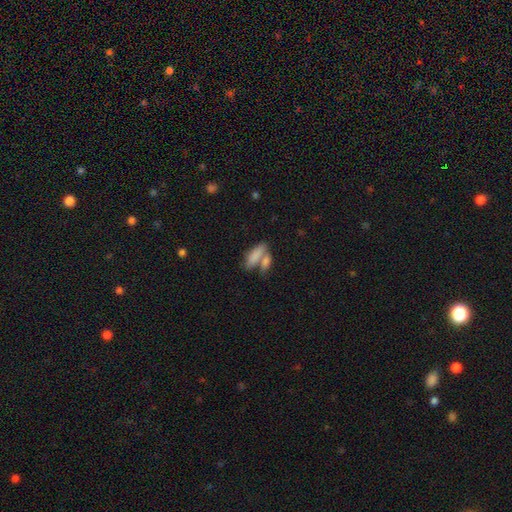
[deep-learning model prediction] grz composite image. It shows a smooth galaxy with no disk features (81%) that is in between round and cigar-shaped (72%). Merging: merger (51%).